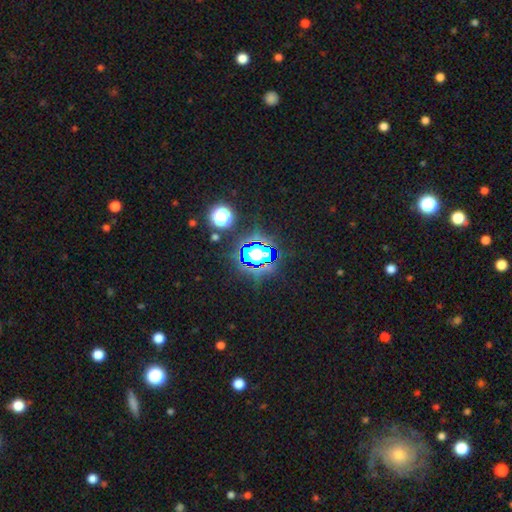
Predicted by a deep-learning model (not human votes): This is likely a star or artifact rather than a galaxy (66%).